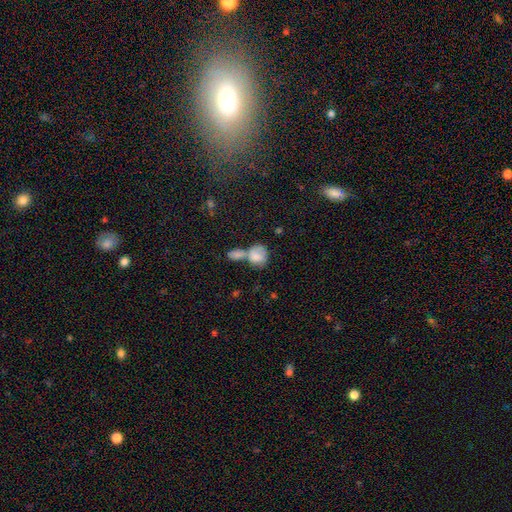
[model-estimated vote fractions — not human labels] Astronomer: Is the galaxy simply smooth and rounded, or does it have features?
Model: smooth — 77%.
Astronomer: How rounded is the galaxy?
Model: in between — 56% (runner-up: round, 43%).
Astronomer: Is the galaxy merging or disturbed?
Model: merger — 61%.